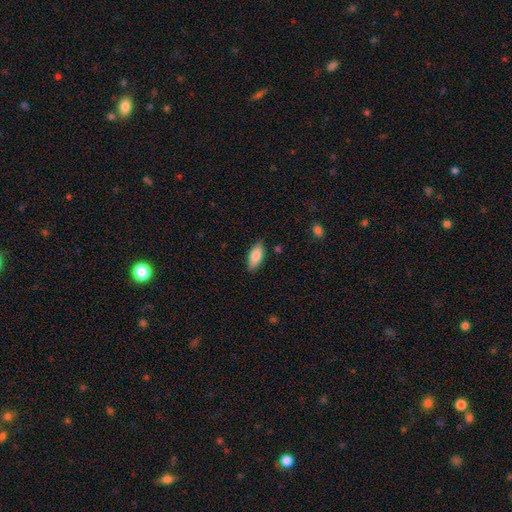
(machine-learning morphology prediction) Smooth or featured?
  - smooth: 84% *
  - featured or disk: 10%
  - star or artifact: 6%
How rounded?
  - in between: 85% *
  - cigar-shaped: 13%
  - round: 2%
Merging?
  - none: 82% *
  - minor disturbance: 14%
  - major disturbance: 3%
  - merger: 1%